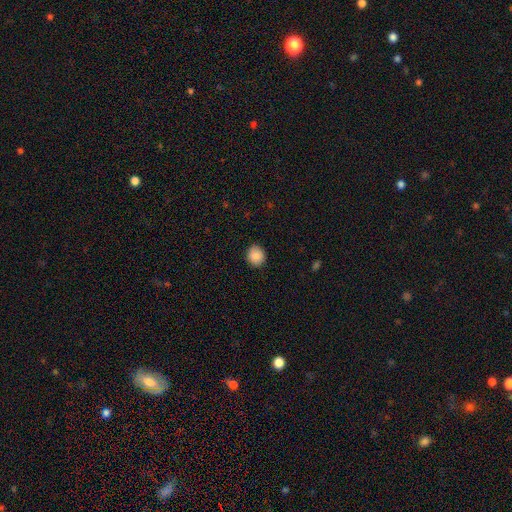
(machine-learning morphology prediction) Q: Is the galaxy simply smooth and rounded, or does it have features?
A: smooth — 88%.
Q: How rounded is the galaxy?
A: round — 82%.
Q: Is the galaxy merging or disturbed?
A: none — 88%.